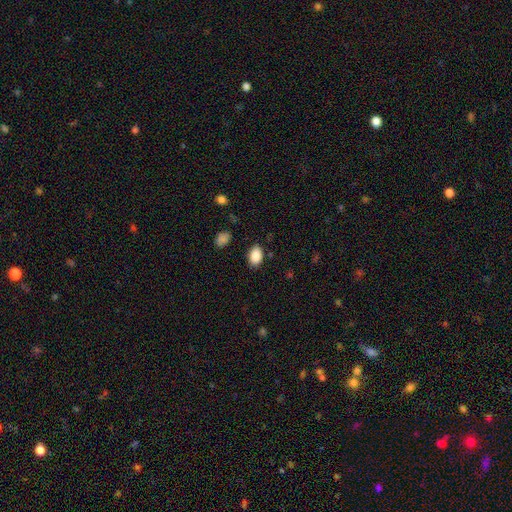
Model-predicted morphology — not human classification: smooth-or-featured: smooth: 89% | star or artifact: 7% | featured or disk: 4%
  how-rounded: in between: 86% | round: 13% | cigar-shaped: 1%
  merging: none: 84% | minor disturbance: 11% | major disturbance: 3% | merger: 2%